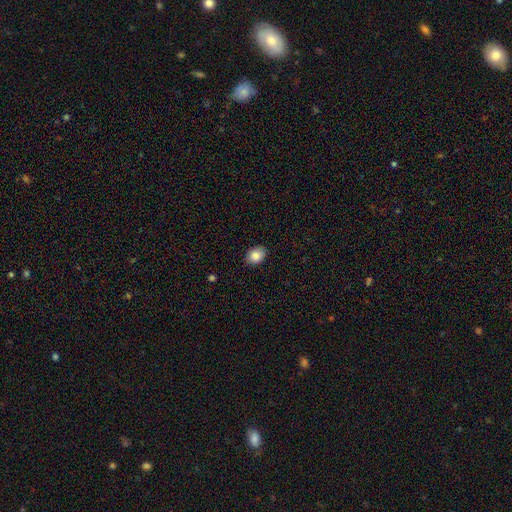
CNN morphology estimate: A smooth galaxy with no disk features (86%) that is in between round and cigar-shaped (64%). Merging: none (87%).